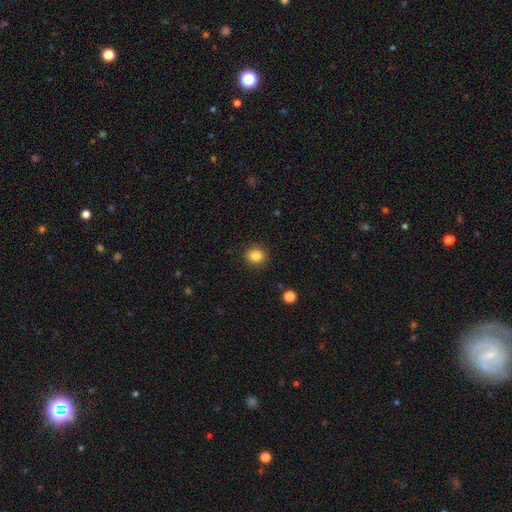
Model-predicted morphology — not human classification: Smooth or featured? smooth (85%)
How rounded? round (81%)
Merging? none (90%)